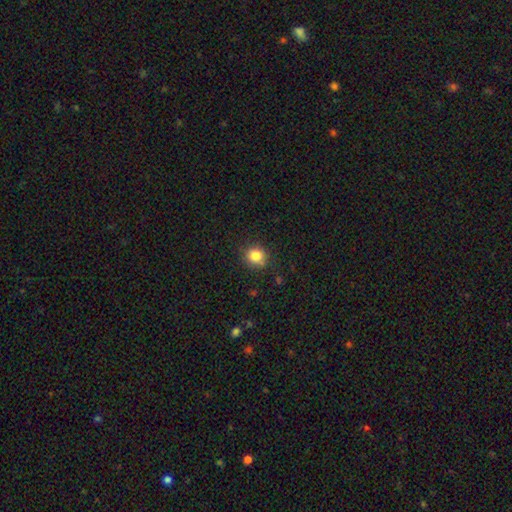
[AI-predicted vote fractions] Smooth or featured: smooth — 83% (star or artifact — 11%)
How rounded: round — 82% (in between — 17%)
Merging: none — 83% (minor disturbance — 13%)